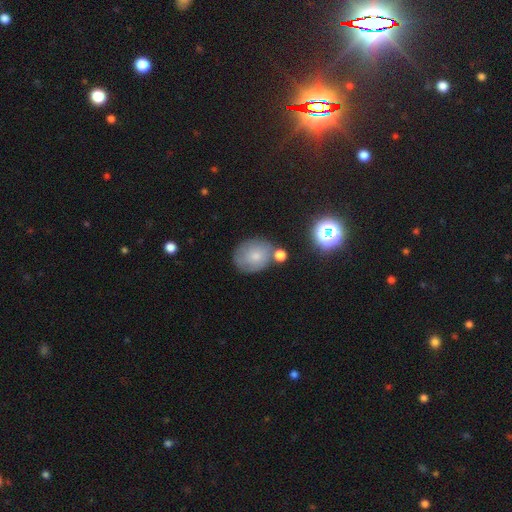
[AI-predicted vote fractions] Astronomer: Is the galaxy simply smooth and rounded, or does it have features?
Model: smooth — 66%.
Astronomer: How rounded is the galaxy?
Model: round — 53% (runner-up: in between, 46%).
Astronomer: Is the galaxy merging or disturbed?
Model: none — 64%.